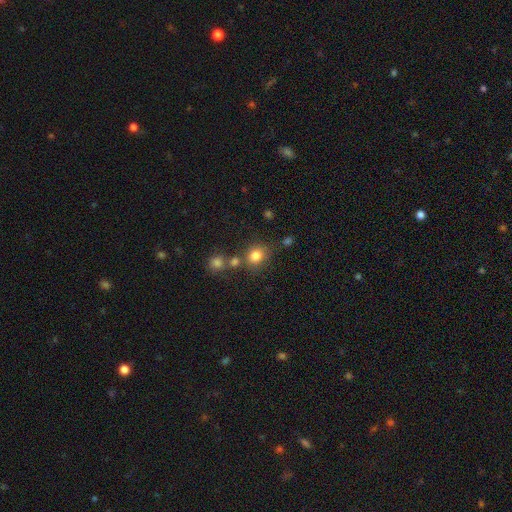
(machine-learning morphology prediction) The model was most divided on "how rounded": round: 71%, in between: 28%, cigar-shaped: 1%. More confident: smooth or featured — smooth (81%); merging — none (67%).